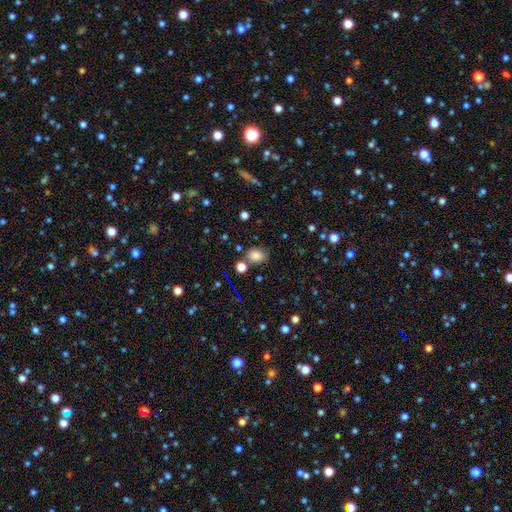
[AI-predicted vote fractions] Smooth or featured?
  - smooth: 80% *
  - star or artifact: 13%
  - featured or disk: 7%
How rounded?
  - round: 57% *
  - in between: 42%
  - cigar-shaped: 1%
Merging?
  - none: 73% *
  - minor disturbance: 14%
  - merger: 9%
  - major disturbance: 4%